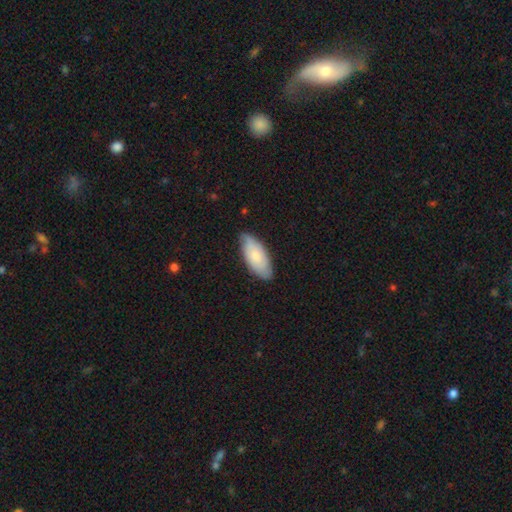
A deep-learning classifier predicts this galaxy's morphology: The model was most divided on "smooth or featured": smooth: 69%, featured or disk: 25%, star or artifact: 6%. More confident: how rounded — in between (88%); merging — none (77%).